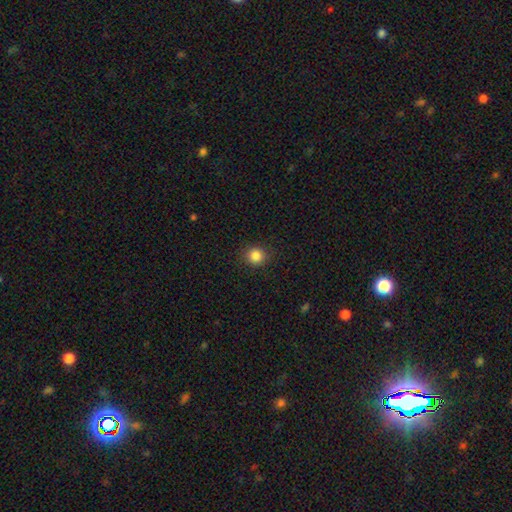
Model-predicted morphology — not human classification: Smooth or featured? smooth (85%)
How rounded? round (90%)
Merging? none (90%)